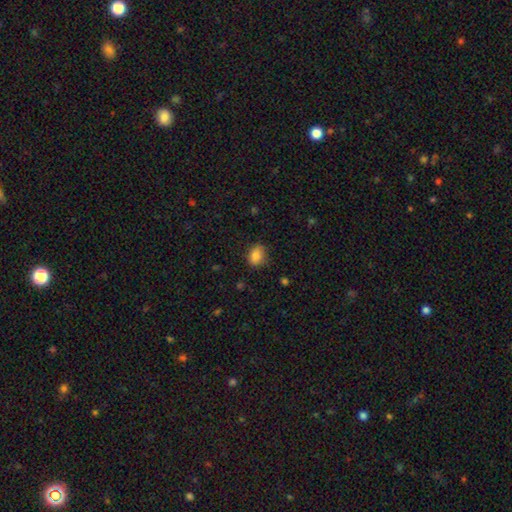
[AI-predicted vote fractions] Overall: smooth (86%). How rounded: in between (64%; round 35%). Merging: none (78%).